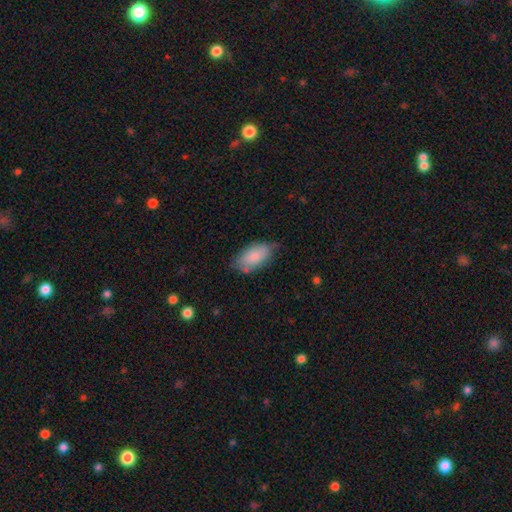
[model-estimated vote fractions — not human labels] Q: Smooth or featured?
A: smooth (83%); runner-up: featured or disk (11%)
Q: How rounded?
A: in between (94%); runner-up: cigar-shaped (4%)
Q: Merging?
A: none (67%); runner-up: minor disturbance (25%)